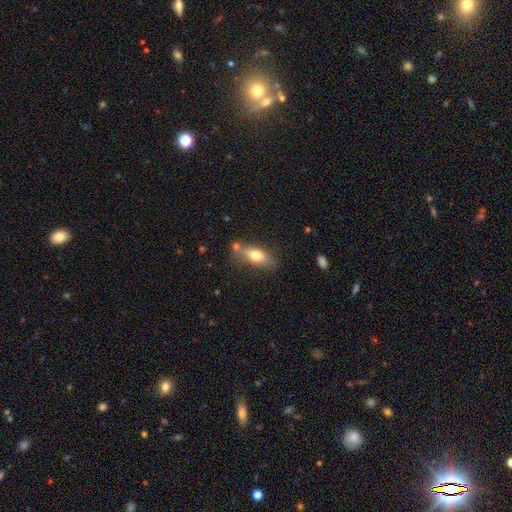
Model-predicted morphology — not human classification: A smooth galaxy with no disk features (58%) that is in between round and cigar-shaped (61%). Merging: none (68%).